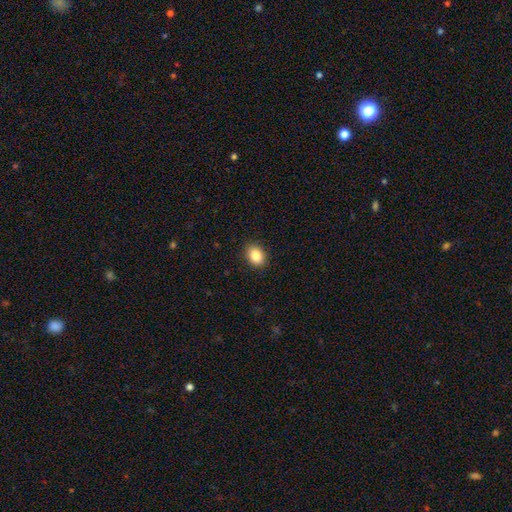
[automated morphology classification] Q: Smooth or featured?
A: smooth (86%); runner-up: star or artifact (9%)
Q: How rounded?
A: in between (58%); runner-up: round (41%)
Q: Merging?
A: none (90%); runner-up: minor disturbance (7%)